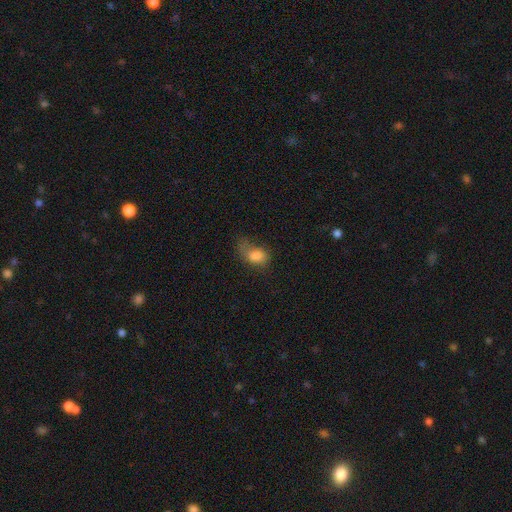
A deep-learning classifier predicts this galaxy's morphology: Smooth or featured: smooth — 74% (featured or disk — 15%)
How rounded: in between — 78% (round — 20%)
Merging: major disturbance — 38% (minor disturbance — 29%)